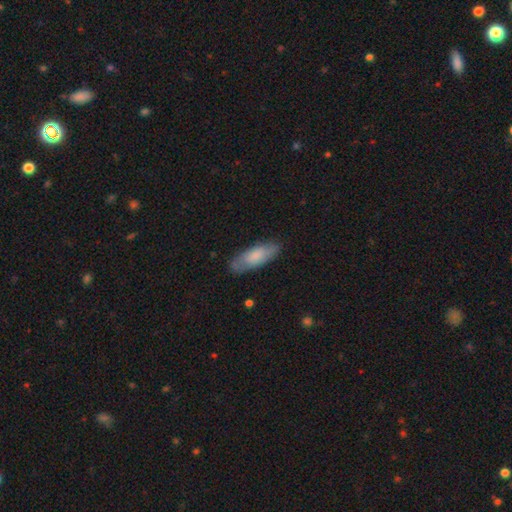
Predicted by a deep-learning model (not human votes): Q: Smooth or featured?
A: smooth (74%); runner-up: featured or disk (20%)
Q: How rounded?
A: in between (66%); runner-up: cigar-shaped (32%)
Q: Merging?
A: none (80%); runner-up: minor disturbance (15%)